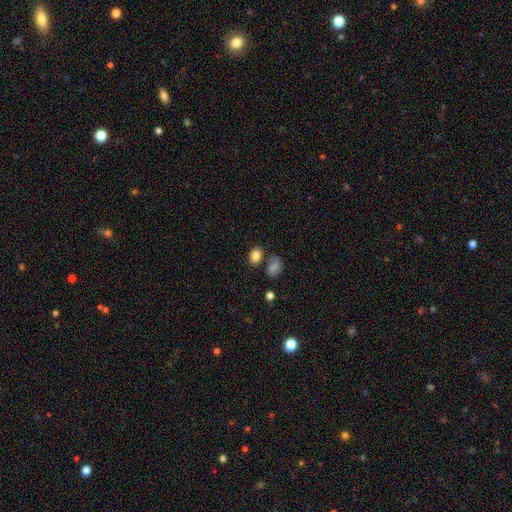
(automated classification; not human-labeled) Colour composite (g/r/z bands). It shows a smooth galaxy with no disk features (81%) that is in between round and cigar-shaped (64%). Merging: none (62%).